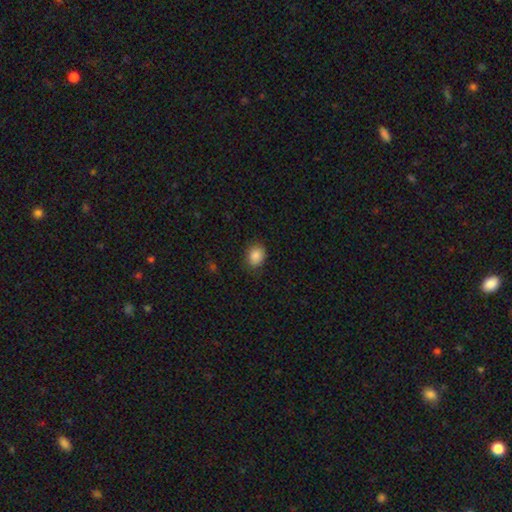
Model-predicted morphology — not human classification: This is clearly a smooth galaxy (87%). How rounded: possibly in between (55%). Merging: clearly none (82%).